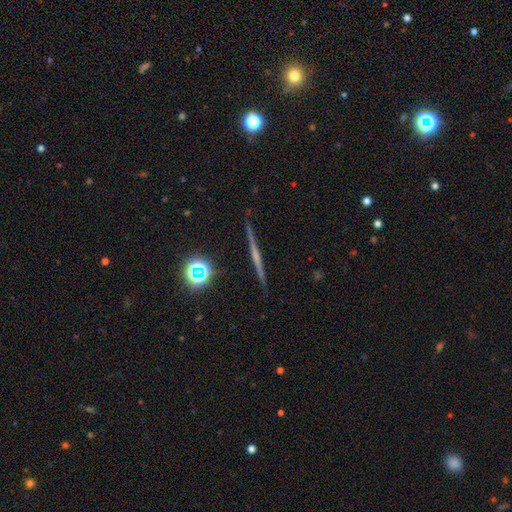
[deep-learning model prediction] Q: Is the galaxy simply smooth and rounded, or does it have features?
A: featured or disk — 63%.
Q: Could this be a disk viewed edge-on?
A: yes — 98%.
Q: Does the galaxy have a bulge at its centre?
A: none — 69%.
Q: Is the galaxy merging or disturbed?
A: none — 91%.